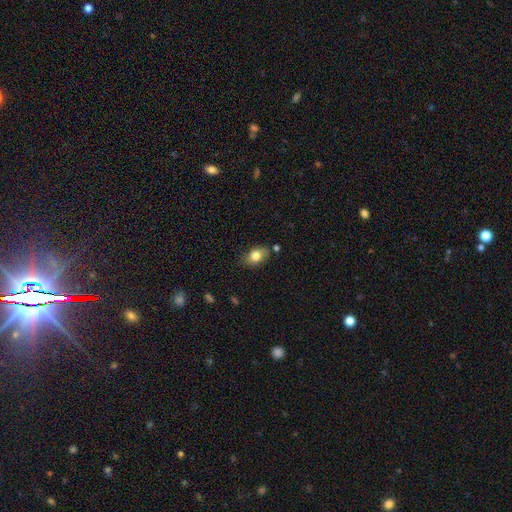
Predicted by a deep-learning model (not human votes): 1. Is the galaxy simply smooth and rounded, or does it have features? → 79% smooth, 12% featured or disk, 9% star or artifact.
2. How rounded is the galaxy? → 81% in between, 17% round, 2% cigar-shaped.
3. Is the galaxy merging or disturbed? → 76% none, 17% minor disturbance, 4% merger, 3% major disturbance.